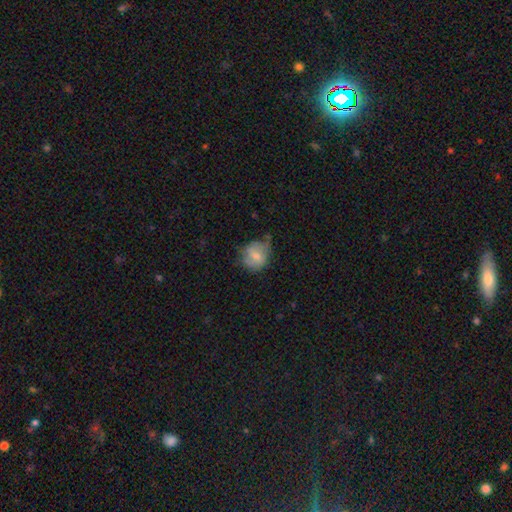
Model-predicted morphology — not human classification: A smooth galaxy with no disk features (62%) that is round (64%). Merging: none (43%).